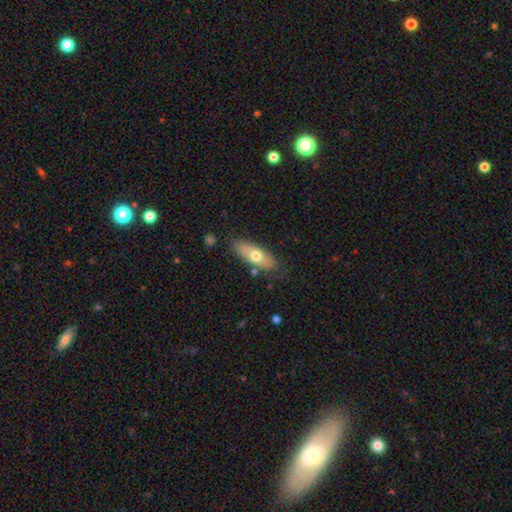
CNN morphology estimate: Smooth or featured? smooth (61%)
How rounded? in between (71%)
Merging? none (79%)